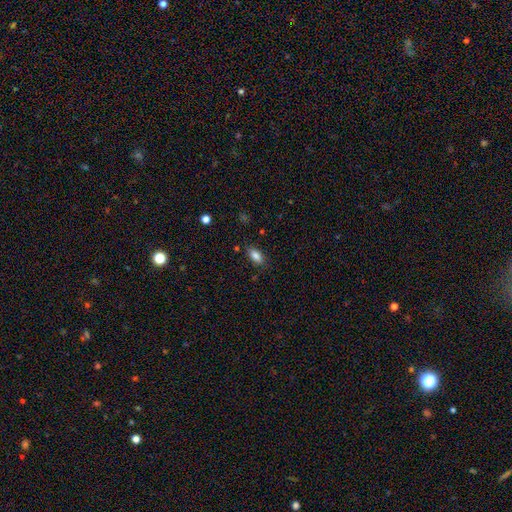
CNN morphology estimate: Smooth or featured?
  - smooth: 84% *
  - star or artifact: 9%
  - featured or disk: 7%
How rounded?
  - in between: 88% *
  - cigar-shaped: 8%
  - round: 4%
Merging?
  - none: 83% *
  - minor disturbance: 12%
  - major disturbance: 3%
  - merger: 2%